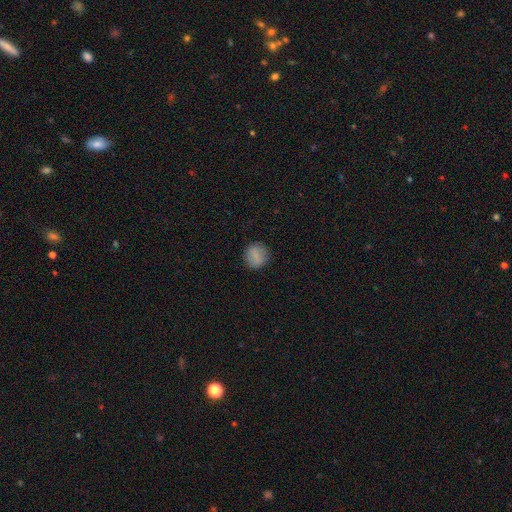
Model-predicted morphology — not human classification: A smooth galaxy with no disk features (78%) that is round (85%). Merging: none (86%).